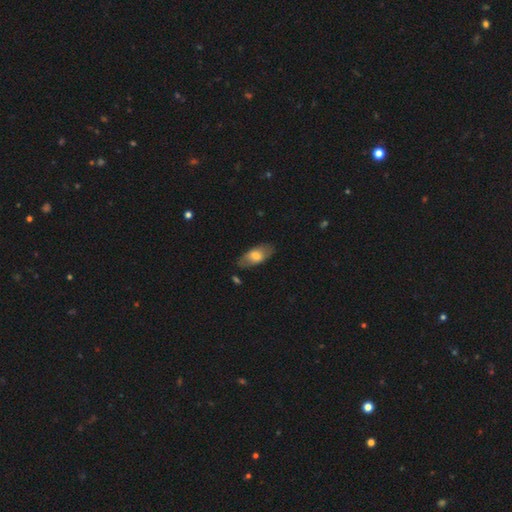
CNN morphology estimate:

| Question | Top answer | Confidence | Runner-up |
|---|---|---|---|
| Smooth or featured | smooth | 67% | featured or disk (26%) |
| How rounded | in between | 88% | cigar-shaped (9%) |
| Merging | none | 76% | minor disturbance (17%) |